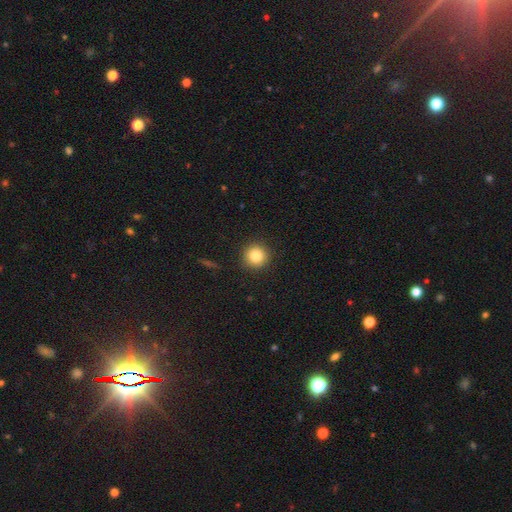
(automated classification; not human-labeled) Q: Smooth or featured?
A: smooth (84%); runner-up: star or artifact (10%)
Q: How rounded?
A: round (94%); runner-up: in between (5%)
Q: Merging?
A: none (91%); runner-up: minor disturbance (6%)